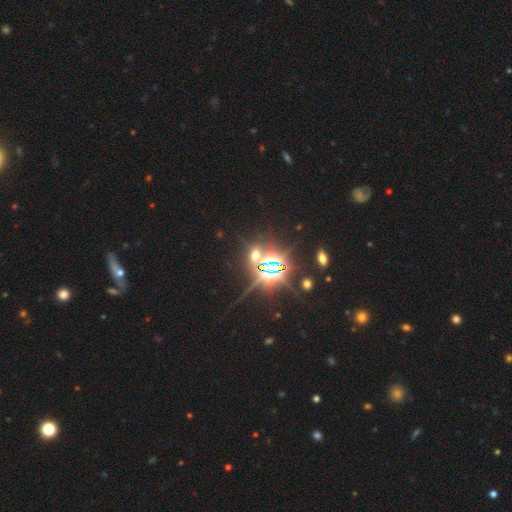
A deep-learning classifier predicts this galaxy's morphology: star or artifact 69%, smooth 21%, featured or disk 10%.